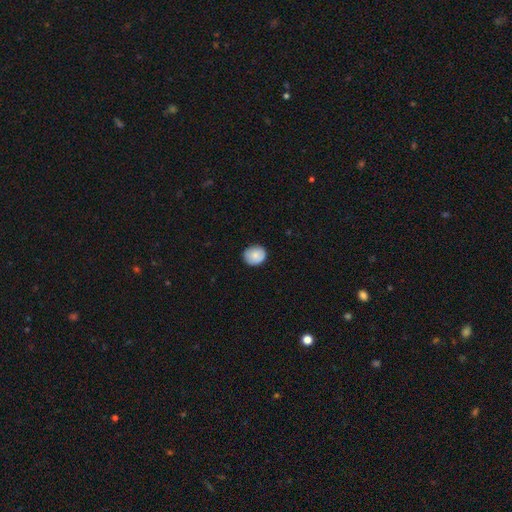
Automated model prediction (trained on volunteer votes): This appears to be a smooth galaxy with no disk features (83%) that is round (72%). Merging: none (84%).